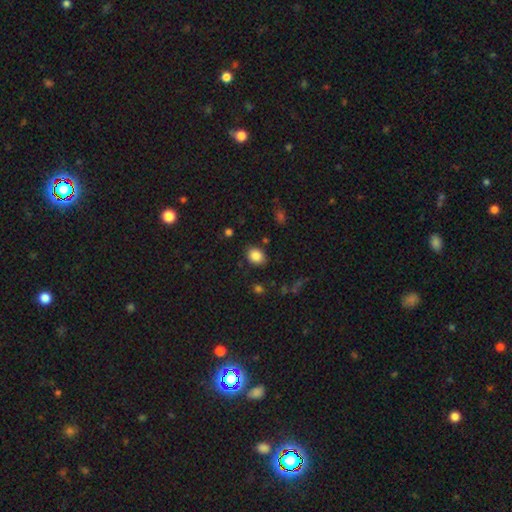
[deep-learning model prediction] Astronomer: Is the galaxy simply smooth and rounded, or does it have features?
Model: smooth — 86%.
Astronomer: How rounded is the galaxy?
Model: in between — 56% (runner-up: round, 44%).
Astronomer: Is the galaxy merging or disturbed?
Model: none — 83%.